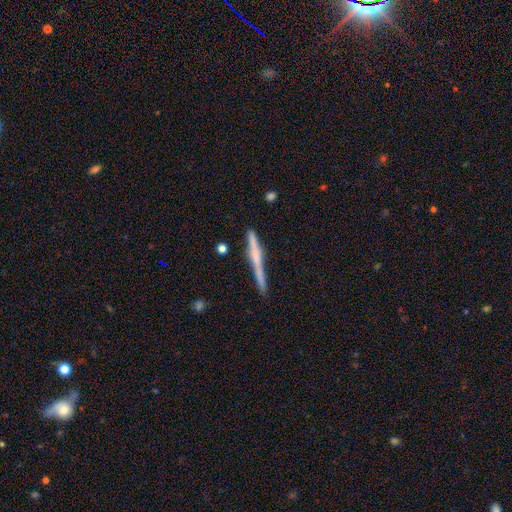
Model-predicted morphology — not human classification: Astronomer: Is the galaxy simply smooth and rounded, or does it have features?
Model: featured or disk — 54% (runner-up: smooth, 40%).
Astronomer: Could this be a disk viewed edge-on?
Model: yes — 97%.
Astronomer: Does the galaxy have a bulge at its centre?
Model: none — 56%.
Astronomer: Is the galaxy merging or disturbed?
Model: none — 81%.